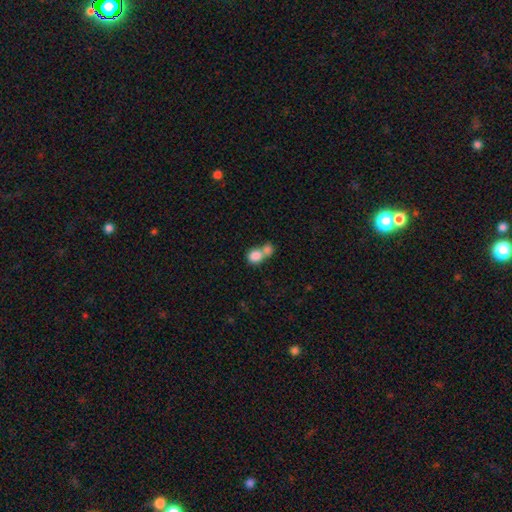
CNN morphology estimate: Smooth or featured?
  - smooth: 82% *
  - featured or disk: 10%
  - star or artifact: 9%
How rounded?
  - round: 67% *
  - in between: 31%
  - cigar-shaped: 1%
Merging?
  - merger: 64% *
  - none: 27%
  - minor disturbance: 6%
  - major disturbance: 3%